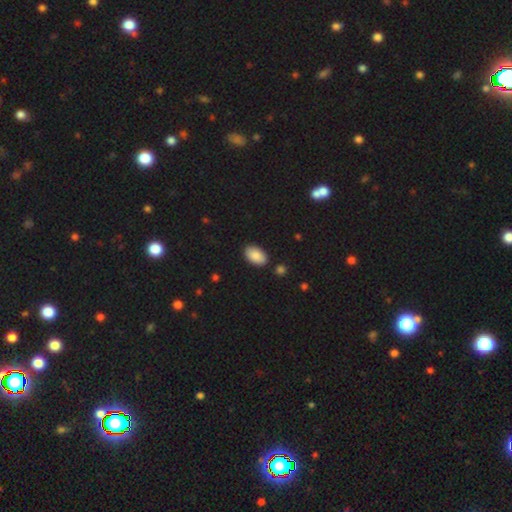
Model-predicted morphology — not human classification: A smooth galaxy with no disk features (88%) that is in between round and cigar-shaped (94%).

Vote fractions:
- Smooth or featured? smooth: 88% / star or artifact: 7% / featured or disk: 5%
- How rounded? in between: 94% / round: 5% / cigar-shaped: 1%
- Merging? none: 87% / minor disturbance: 9% / merger: 2% / major disturbance: 2%